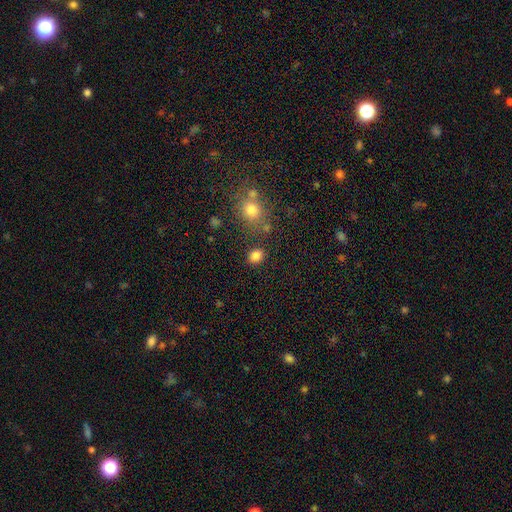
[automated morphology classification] Smooth or featured? Predicted: smooth (p=0.83). How rounded? Predicted: in between (p=0.51). Merging? Predicted: none (p=0.80).